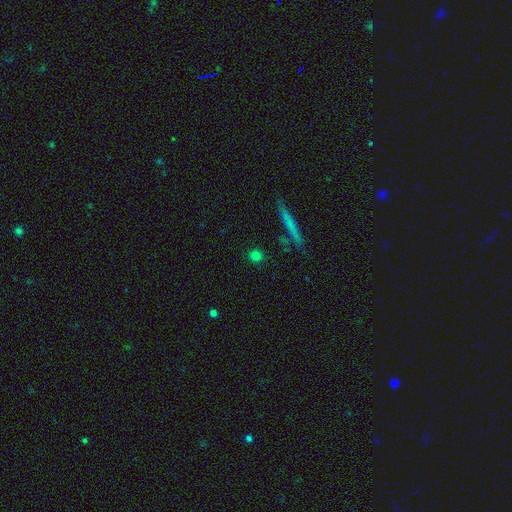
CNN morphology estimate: A smooth galaxy with no disk features (79%) that is round (87%).

Vote fractions:
- Smooth or featured? smooth: 79% / star or artifact: 13% / featured or disk: 8%
- How rounded? round: 87% / in between: 8% / cigar-shaped: 6%
- Merging? none: 88% / minor disturbance: 7% / merger: 3% / major disturbance: 2%